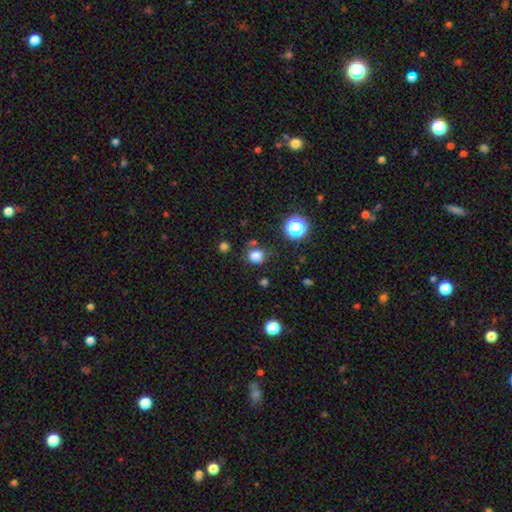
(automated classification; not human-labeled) Smooth or featured? smooth (81%)
How rounded? round (75%)
Merging? none (74%)